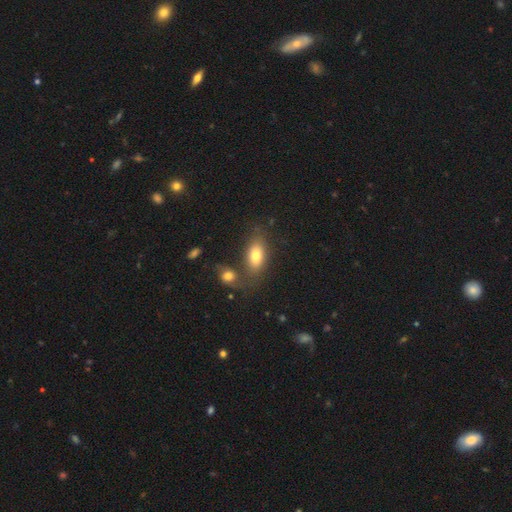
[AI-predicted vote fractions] Smooth or featured: smooth — 77% (featured or disk — 15%)
How rounded: in between — 87% (round — 8%)
Merging: none — 57% (merger — 24%)